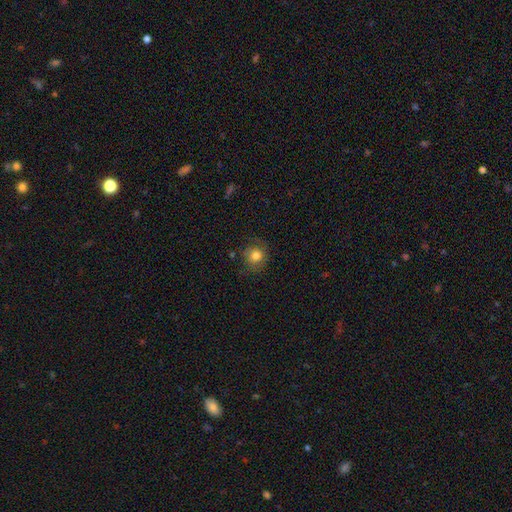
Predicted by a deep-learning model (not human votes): A smooth galaxy with no disk features (77%) that is round (86%).

Vote fractions:
- Smooth or featured? smooth: 77% / featured or disk: 13% / star or artifact: 10%
- How rounded? round: 86% / in between: 13% / cigar-shaped: 1%
- Merging? none: 72% / minor disturbance: 18% / major disturbance: 8% / merger: 2%